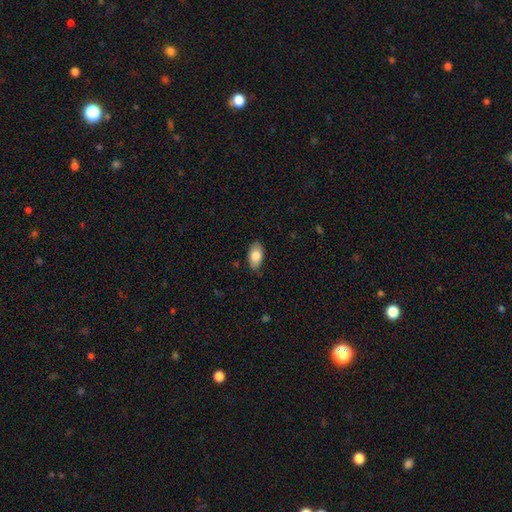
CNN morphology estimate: Smooth or featured?
  - smooth: 81% *
  - featured or disk: 12%
  - star or artifact: 7%
How rounded?
  - in between: 93% *
  - round: 4%
  - cigar-shaped: 3%
Merging?
  - none: 81% *
  - minor disturbance: 15%
  - major disturbance: 3%
  - merger: 1%